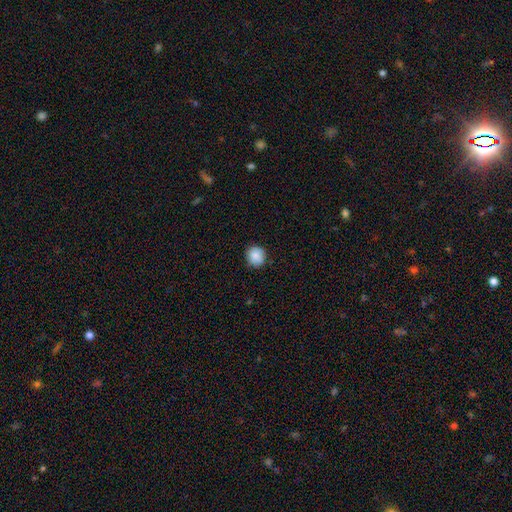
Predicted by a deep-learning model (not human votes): smooth-or-featured: smooth: 87% | star or artifact: 8% | featured or disk: 5%
  how-rounded: round: 88% | in between: 11% | cigar-shaped: 1%
  merging: none: 85% | minor disturbance: 12% | major disturbance: 2% | merger: 1%